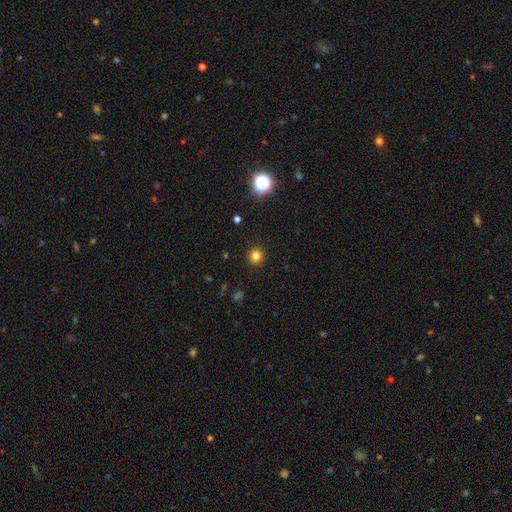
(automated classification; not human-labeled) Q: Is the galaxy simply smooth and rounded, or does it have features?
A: smooth — 80%.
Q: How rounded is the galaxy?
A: round — 93%.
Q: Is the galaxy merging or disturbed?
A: none — 92%.